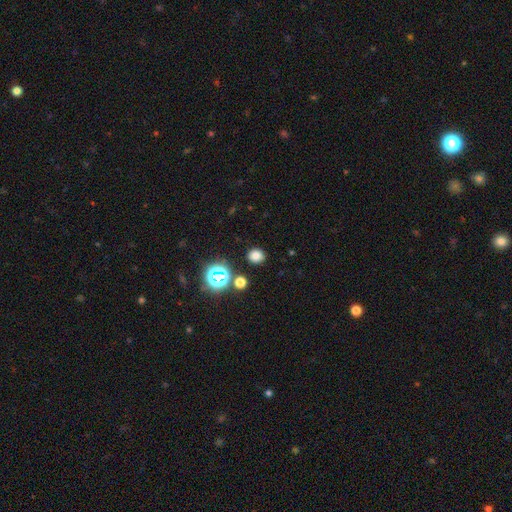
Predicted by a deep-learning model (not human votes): A smooth galaxy with no disk features (74%) that is round (77%).

Vote fractions:
- Smooth or featured? smooth: 74% / star or artifact: 20% / featured or disk: 6%
- How rounded? round: 77% / in between: 22% / cigar-shaped: 1%
- Merging? none: 88% / minor disturbance: 7% / merger: 3% / major disturbance: 2%